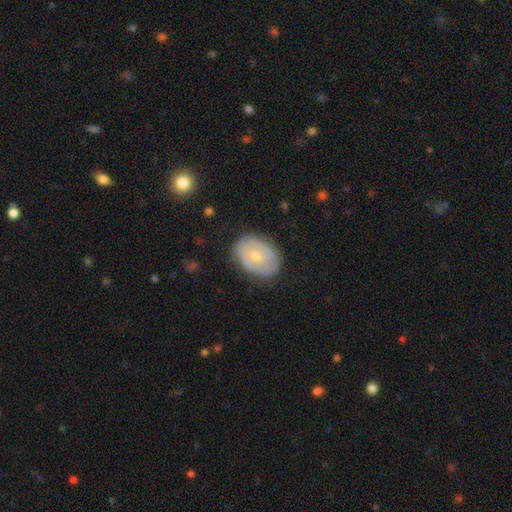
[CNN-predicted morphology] type=featured or disk (47%); merging=none (76%).